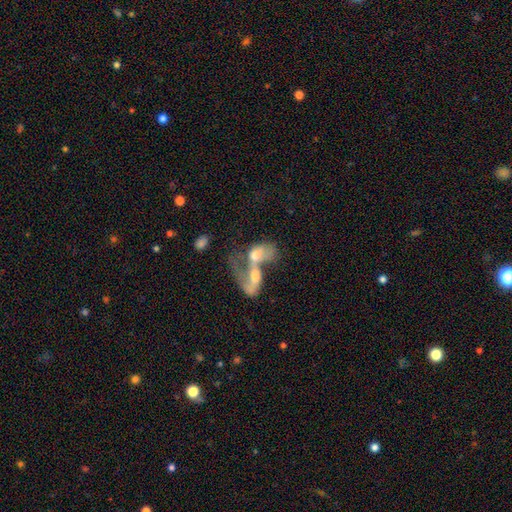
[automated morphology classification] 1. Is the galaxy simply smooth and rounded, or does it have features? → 52% featured or disk, 39% smooth, 9% star or artifact.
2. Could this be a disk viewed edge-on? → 93% no, 7% yes.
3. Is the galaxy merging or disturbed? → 83% merger, 9% major disturbance, 5% none, 3% minor disturbance.